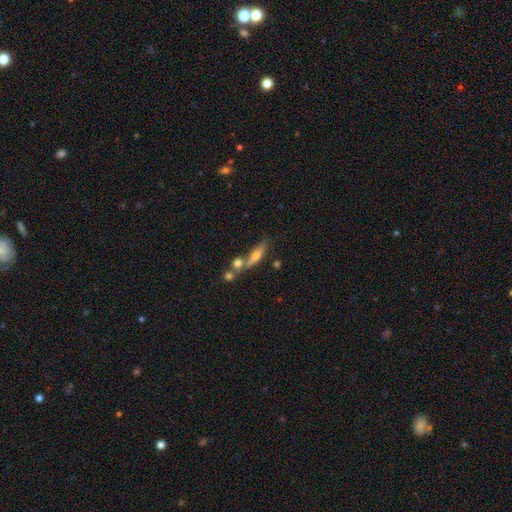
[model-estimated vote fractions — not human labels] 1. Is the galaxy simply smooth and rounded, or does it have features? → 48% smooth, 43% featured or disk, 10% star or artifact.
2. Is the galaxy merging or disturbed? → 53% none, 29% merger, 12% minor disturbance, 5% major disturbance.